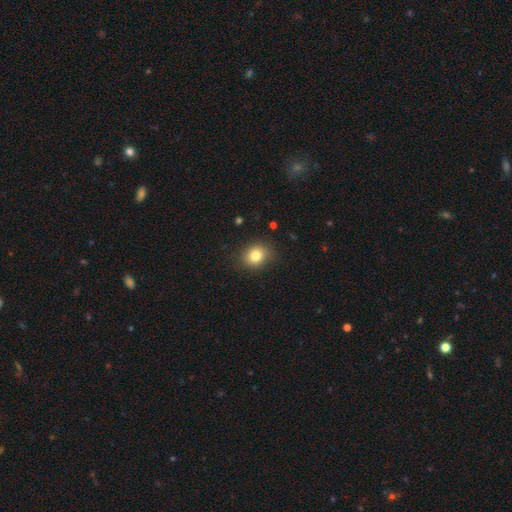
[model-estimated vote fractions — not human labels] Smooth or featured? smooth (81%)
How rounded? round (67%)
Merging? none (86%)